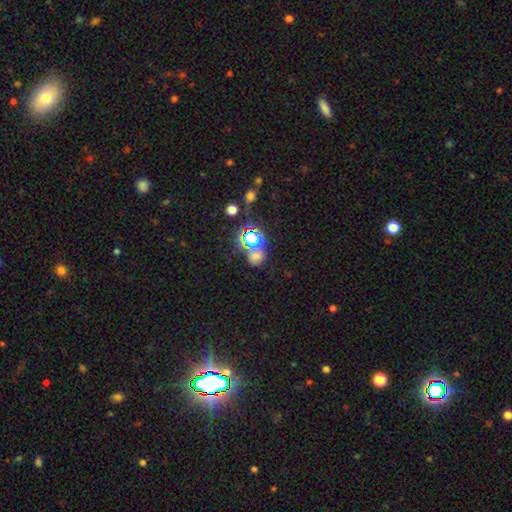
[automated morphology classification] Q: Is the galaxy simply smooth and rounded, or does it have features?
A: star or artifact — 49%.